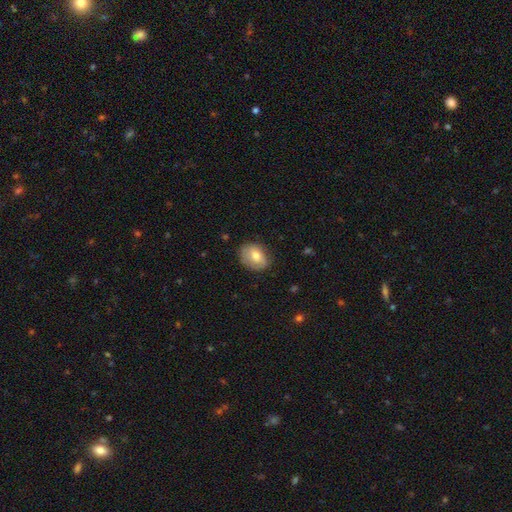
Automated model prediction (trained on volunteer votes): smooth_or_featured: smooth (p=0.73) [alt: featured or disk p=0.20]
how_rounded: in between (p=0.68) [alt: round p=0.31]
merging: none (p=0.75) [alt: minor disturbance p=0.19]